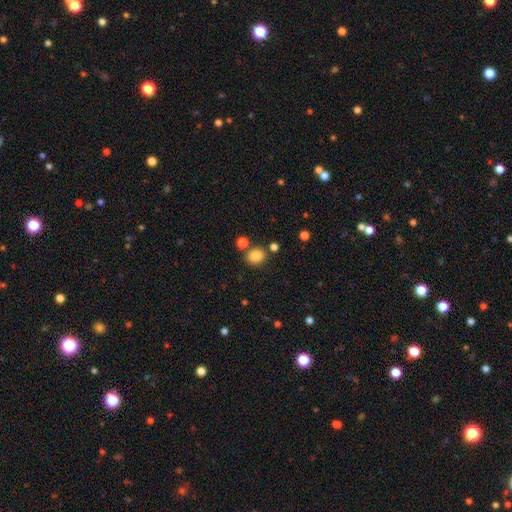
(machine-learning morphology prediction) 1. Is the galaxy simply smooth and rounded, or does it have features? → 83% smooth, 12% star or artifact, 5% featured or disk.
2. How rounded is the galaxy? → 72% round, 27% in between, 1% cigar-shaped.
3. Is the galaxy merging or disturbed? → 79% none, 9% merger, 9% minor disturbance, 3% major disturbance.